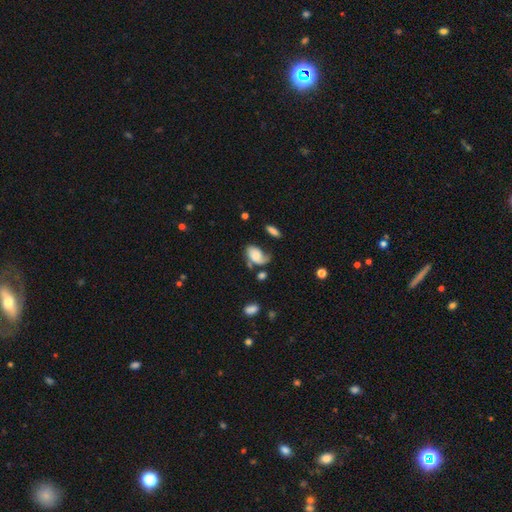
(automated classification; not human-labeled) smooth-or-featured: smooth: 55% | featured or disk: 36% | star or artifact: 9%
  how-rounded: in between: 88% | round: 10% | cigar-shaped: 2%
  merging: none: 31% | major disturbance: 30% | minor disturbance: 28% | merger: 11%